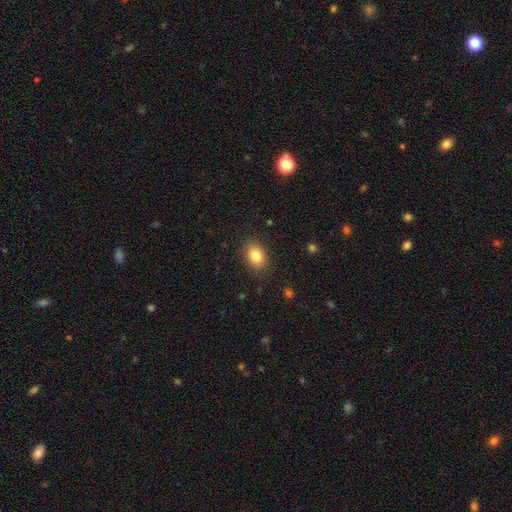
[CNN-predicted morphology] Q: Smooth or featured?
A: smooth (84%); runner-up: star or artifact (9%)
Q: How rounded?
A: in between (72%); runner-up: round (27%)
Q: Merging?
A: none (87%); runner-up: minor disturbance (9%)